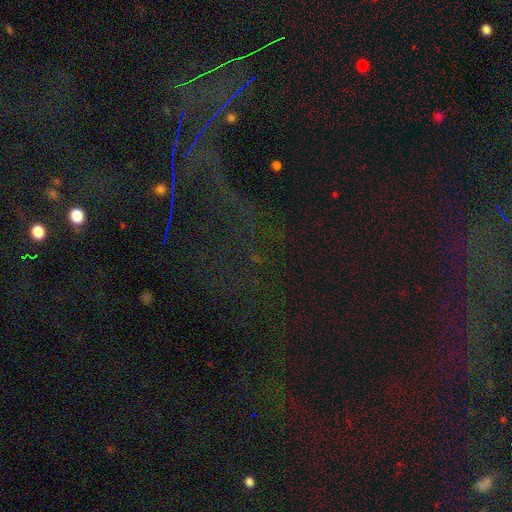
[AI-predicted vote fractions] star or artifact 78%, featured or disk 11%, smooth 11%.